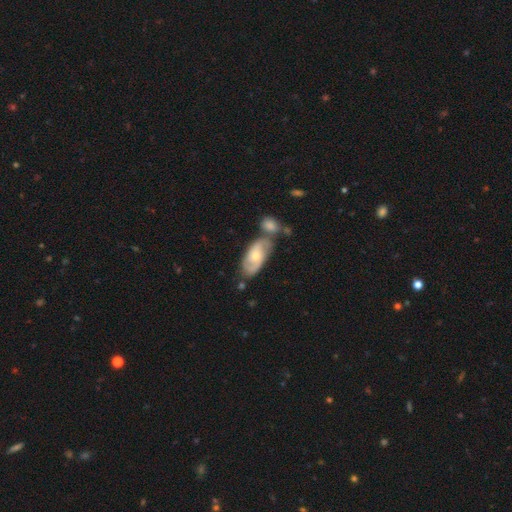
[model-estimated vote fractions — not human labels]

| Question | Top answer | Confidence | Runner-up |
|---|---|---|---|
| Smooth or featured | featured or disk | 60% | smooth (34%) |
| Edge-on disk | no | 92% | yes (8%) |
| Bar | no | 70% | weak (25%) |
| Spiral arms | yes | 80% | no (20%) |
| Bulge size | moderate | 51% | small (45%) |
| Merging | none | 44% | merger (32%) |